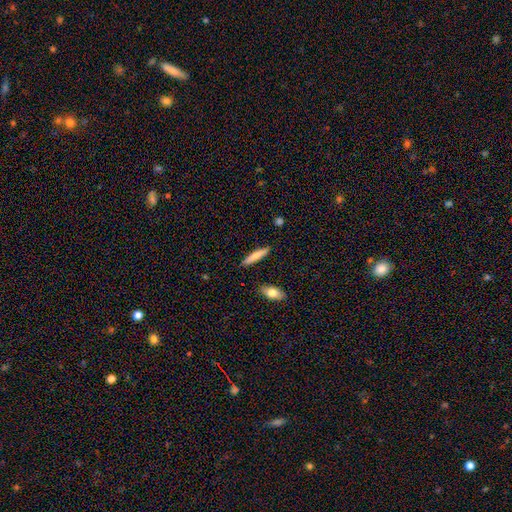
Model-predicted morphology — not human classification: type=smooth (72%); roundness=cigar-shaped (82%); merging=none (87%).